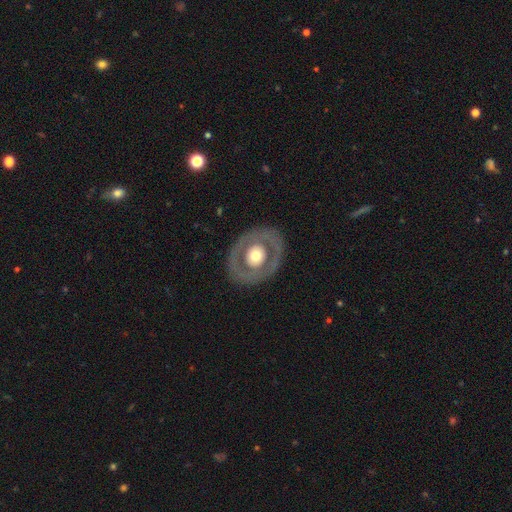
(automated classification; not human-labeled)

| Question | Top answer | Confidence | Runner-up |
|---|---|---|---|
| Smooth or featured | featured or disk | 57% | smooth (38%) |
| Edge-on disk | no | 93% | yes (7%) |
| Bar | no | 89% | weak (8%) |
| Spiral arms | no | 89% | yes (11%) |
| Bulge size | moderate | 57% | large (34%) |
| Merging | none | 84% | minor disturbance (10%) |